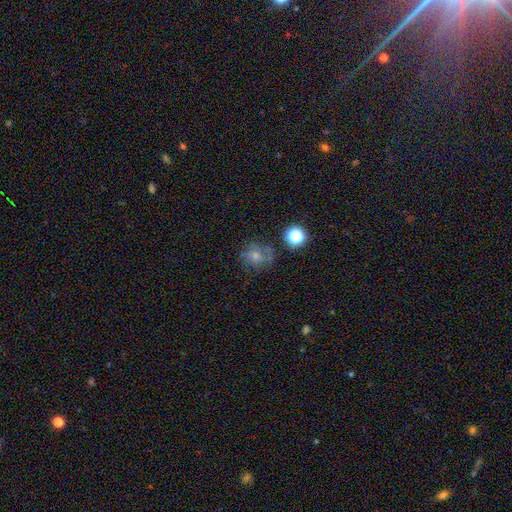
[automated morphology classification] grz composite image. It shows a smooth galaxy with no disk features (46%). Merging: none (67%).